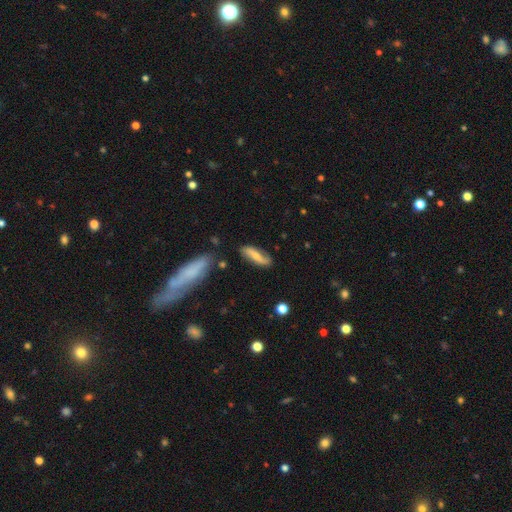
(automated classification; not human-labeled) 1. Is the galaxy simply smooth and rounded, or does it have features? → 48% smooth, 45% featured or disk, 7% star or artifact.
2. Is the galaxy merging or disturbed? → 76% none, 16% minor disturbance, 4% major disturbance, 3% merger.